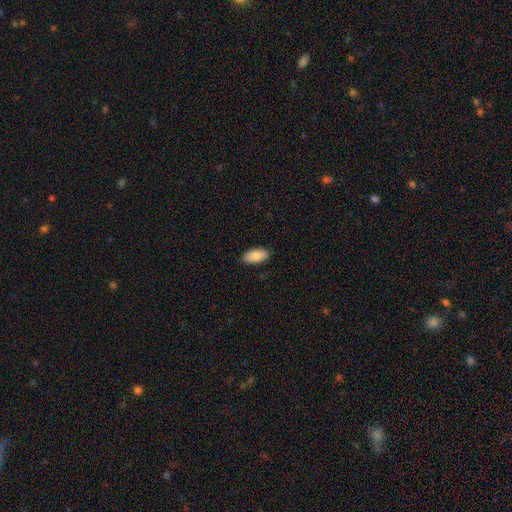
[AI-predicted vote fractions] Smooth or featured: smooth — 85% (featured or disk — 9%)
How rounded: in between — 93% (cigar-shaped — 5%)
Merging: none — 89% (minor disturbance — 8%)